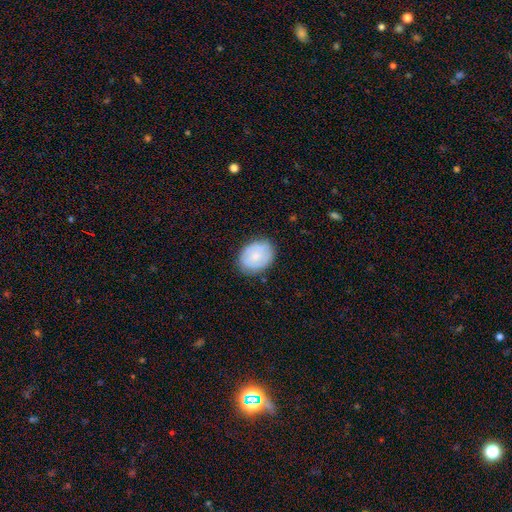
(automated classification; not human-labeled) smooth-or-featured: smooth: 59% | featured or disk: 35% | star or artifact: 7%
  how-rounded: in between: 58% | round: 41% | cigar-shaped: 1%
  merging: none: 77% | minor disturbance: 17% | major disturbance: 4% | merger: 1%